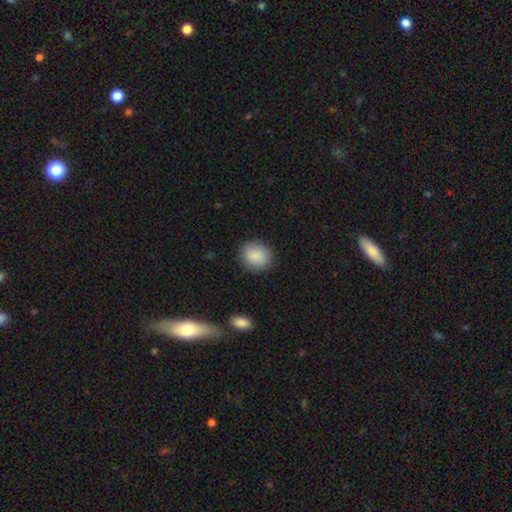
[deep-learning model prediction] A smooth galaxy with no disk features (88%) that is round (74%).

Vote fractions:
- Smooth or featured? smooth: 88% / star or artifact: 7% / featured or disk: 5%
- How rounded? round: 74% / in between: 25% / cigar-shaped: 1%
- Merging? none: 88% / minor disturbance: 8% / major disturbance: 3% / merger: 1%